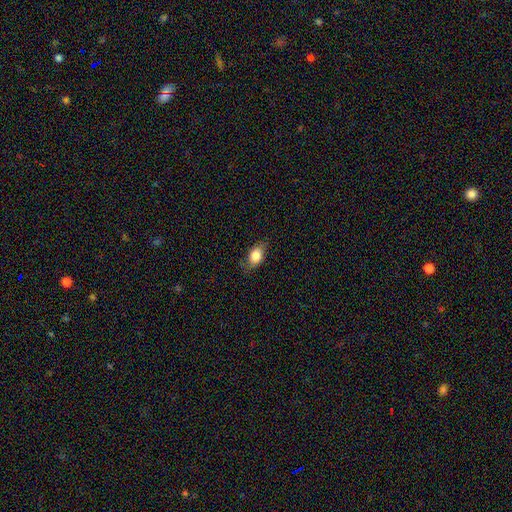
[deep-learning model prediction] Smooth or featured: smooth — 81% (featured or disk — 11%)
How rounded: in between — 82% (round — 15%)
Merging: none — 73% (minor disturbance — 21%)